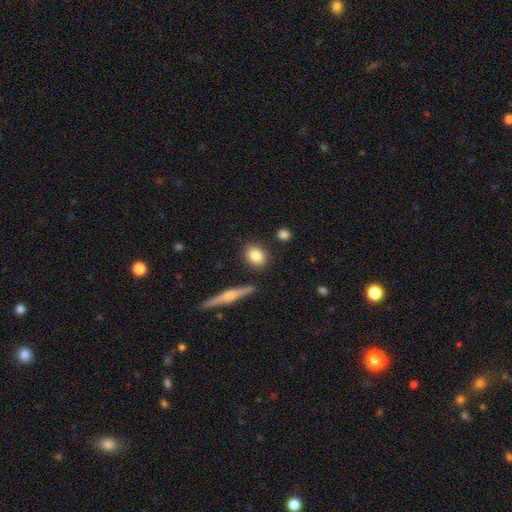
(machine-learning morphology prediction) Smooth or featured: smooth — 82% (featured or disk — 10%)
How rounded: round — 51% (in between — 45%)
Merging: none — 85% (minor disturbance — 9%)